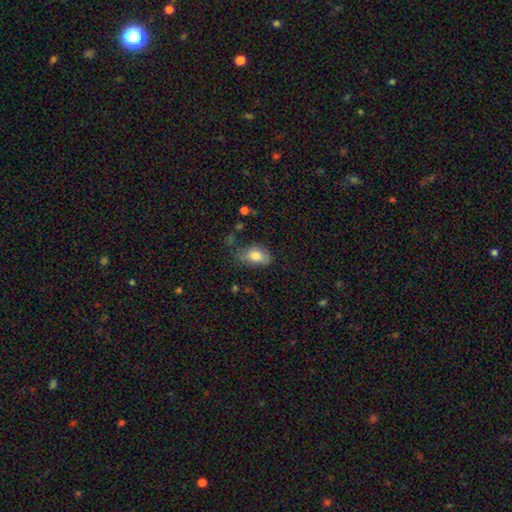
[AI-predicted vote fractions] smooth 80%, featured or disk 12%, star or artifact 9%. Down the decision tree: how rounded — in between (85%); merging — none (52%).